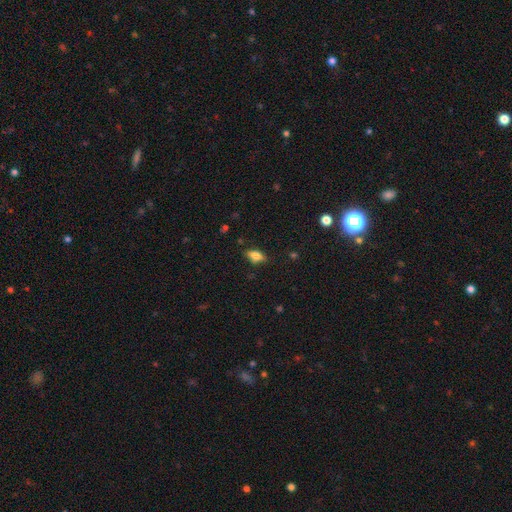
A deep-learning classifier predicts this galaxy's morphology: Q: Smooth or featured?
A: smooth (69%); runner-up: featured or disk (21%)
Q: How rounded?
A: in between (82%); runner-up: cigar-shaped (12%)
Q: Merging?
A: none (76%); runner-up: minor disturbance (18%)